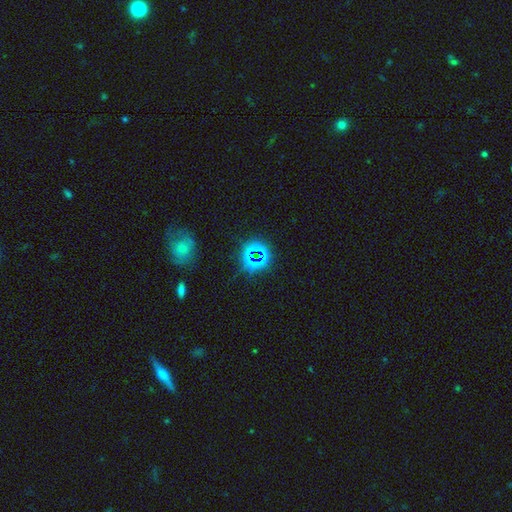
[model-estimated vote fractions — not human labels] Overall: star or artifact (65%; smooth 26%).